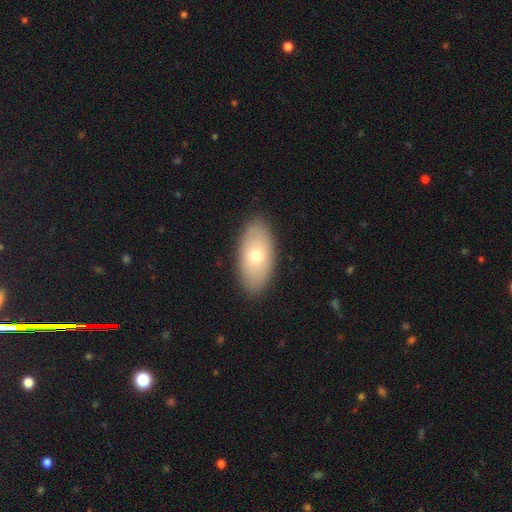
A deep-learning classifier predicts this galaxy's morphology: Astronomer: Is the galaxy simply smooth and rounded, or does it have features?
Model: smooth — 66%.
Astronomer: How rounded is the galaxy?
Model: in between — 93%.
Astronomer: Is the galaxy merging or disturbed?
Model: none — 88%.